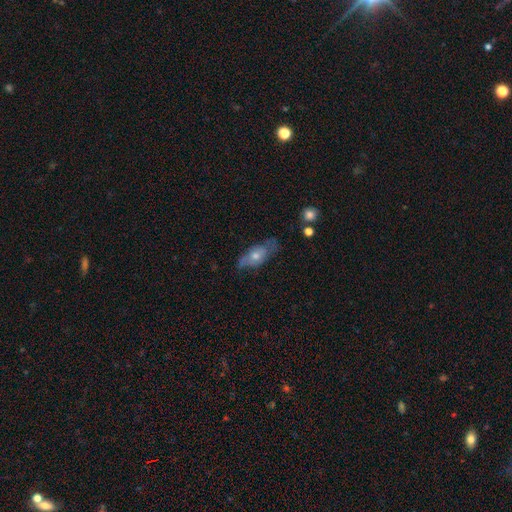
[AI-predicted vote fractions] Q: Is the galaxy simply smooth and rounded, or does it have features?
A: featured or disk — 53%.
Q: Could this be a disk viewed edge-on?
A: no — 73%.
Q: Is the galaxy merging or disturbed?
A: none — 67%.